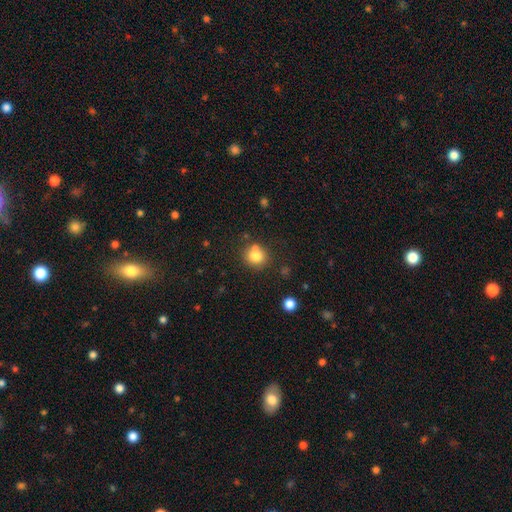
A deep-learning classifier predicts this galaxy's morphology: Smooth or featured? Predicted: smooth (p=0.79). How rounded? Predicted: round (p=0.87). Merging? Predicted: none (p=0.68).